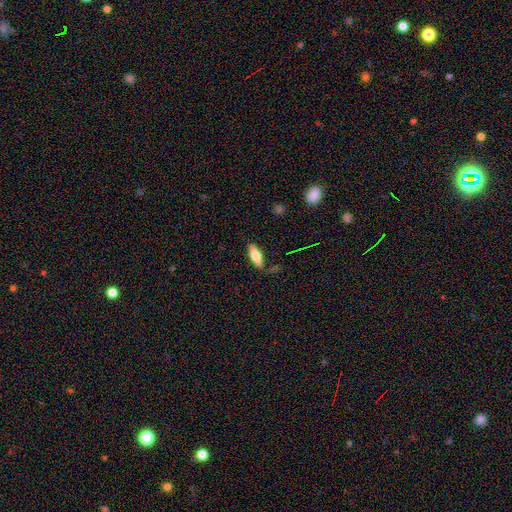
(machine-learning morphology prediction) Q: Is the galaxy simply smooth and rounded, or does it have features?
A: smooth — 67%.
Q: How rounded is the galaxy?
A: in between — 60%.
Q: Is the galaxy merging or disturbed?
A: none — 80%.